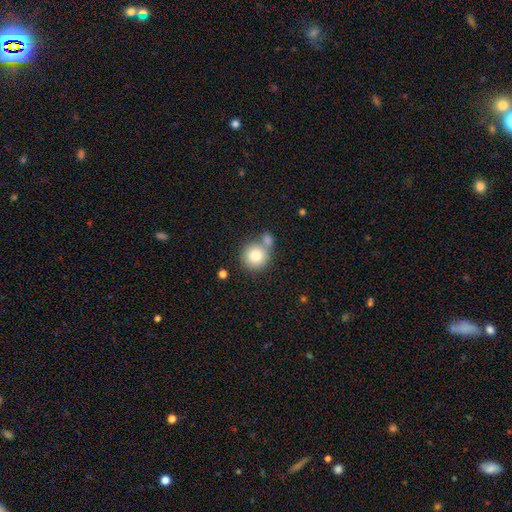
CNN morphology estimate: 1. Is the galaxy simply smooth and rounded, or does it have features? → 80% smooth, 11% featured or disk, 9% star or artifact.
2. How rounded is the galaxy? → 91% round, 8% in between, 1% cigar-shaped.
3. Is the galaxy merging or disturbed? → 55% none, 31% merger, 10% minor disturbance, 3% major disturbance.